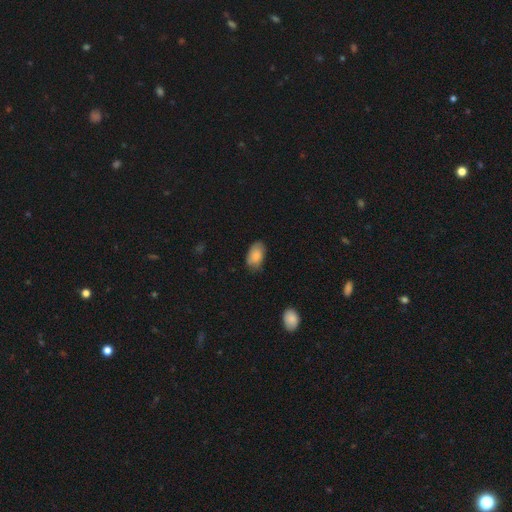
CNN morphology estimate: Overall: smooth (85%). How rounded: in between (93%). Merging: none (73%).